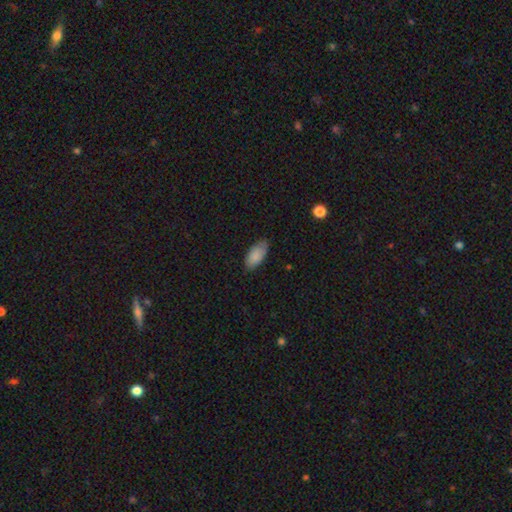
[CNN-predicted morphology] smooth_or_featured: smooth (p=0.85) [alt: featured or disk p=0.09]
how_rounded: in between (p=0.93) [alt: cigar-shaped p=0.05]
merging: none (p=0.75) [alt: minor disturbance p=0.21]